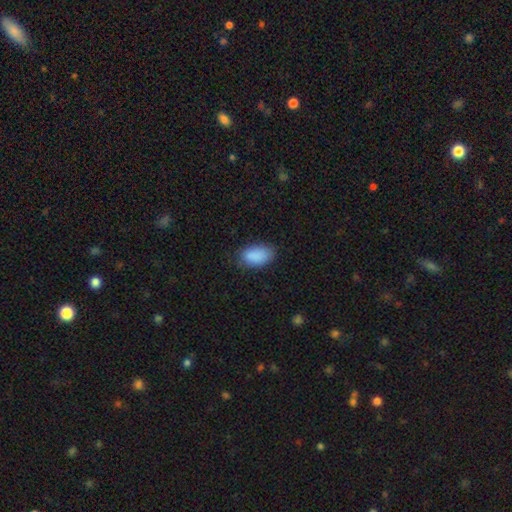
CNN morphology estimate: smooth 89%, star or artifact 7%, featured or disk 4%. Down the decision tree: how rounded — in between (93%); merging — none (79%).